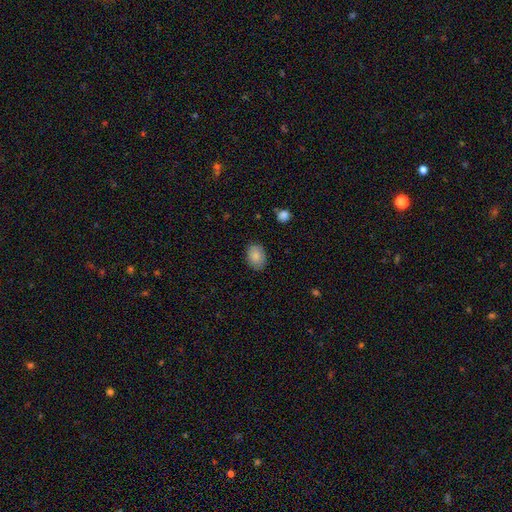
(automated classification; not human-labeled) Smooth or featured: smooth — 86% (star or artifact — 8%)
How rounded: in between — 74% (round — 25%)
Merging: none — 84% (minor disturbance — 12%)